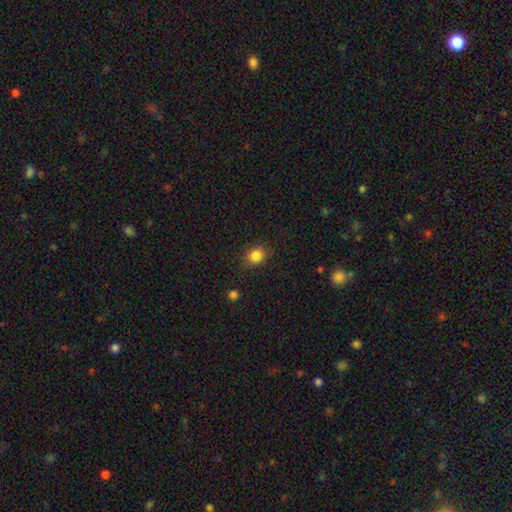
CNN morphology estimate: This appears to be a smooth galaxy with no disk features (84%) that is round (61%). Merging: none (82%).